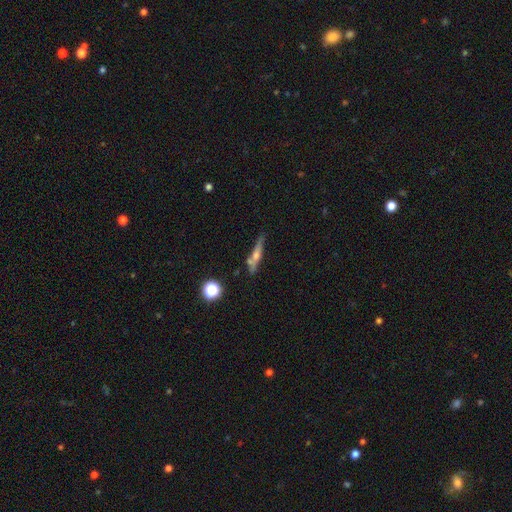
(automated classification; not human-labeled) Q: Smooth or featured?
A: featured or disk (55%); runner-up: smooth (36%)
Q: Edge-on disk?
A: yes (92%); runner-up: no (8%)
Q: Edge-on bulge?
A: rounded (80%); runner-up: none (13%)
Q: Merging?
A: none (70%); runner-up: minor disturbance (16%)